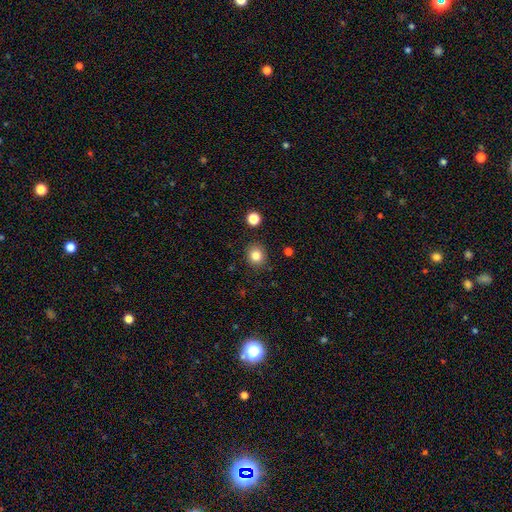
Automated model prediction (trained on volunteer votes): A smooth galaxy with no disk features (82%) that is round (83%).

Vote fractions:
- Smooth or featured? smooth: 82% / star or artifact: 11% / featured or disk: 6%
- How rounded? round: 83% / in between: 16% / cigar-shaped: 1%
- Merging? none: 89% / minor disturbance: 7% / major disturbance: 2% / merger: 2%